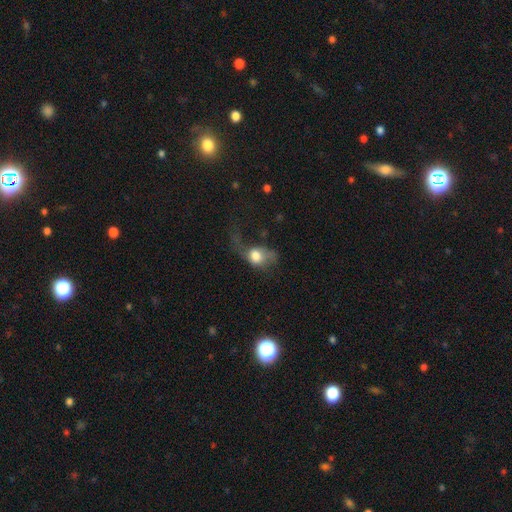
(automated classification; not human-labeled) A smooth galaxy with no disk features (65%) that is in between round and cigar-shaped (58%).

Vote fractions:
- Smooth or featured? smooth: 65% / featured or disk: 27% / star or artifact: 9%
- How rounded? in between: 58% / round: 39% / cigar-shaped: 3%
- Merging? major disturbance: 61% / minor disturbance: 18% / none: 17% / merger: 4%